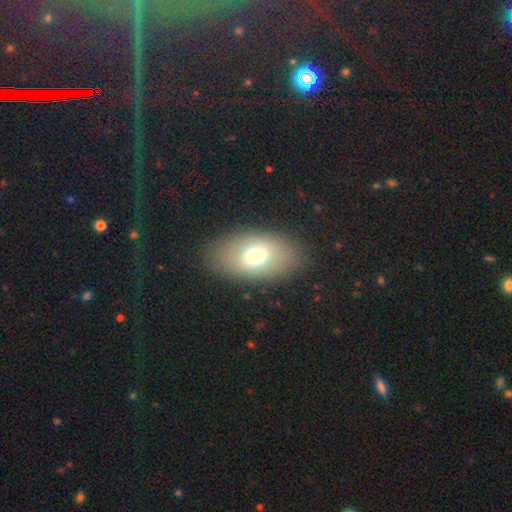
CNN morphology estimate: This is likely a smooth galaxy (68%). How rounded: clearly in between (89%). Merging: clearly none (84%).